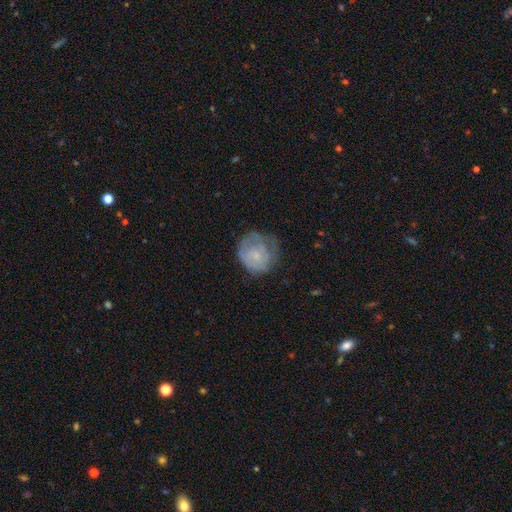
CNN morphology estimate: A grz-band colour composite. It shows a smooth galaxy with no disk features (51%) that is round (83%). Merging: none (47%).